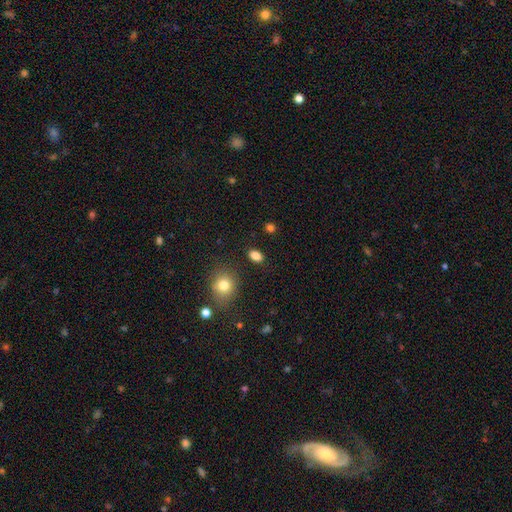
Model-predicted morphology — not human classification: Q: Smooth or featured?
A: smooth (85%); runner-up: star or artifact (10%)
Q: How rounded?
A: in between (81%); runner-up: round (17%)
Q: Merging?
A: none (87%); runner-up: minor disturbance (9%)